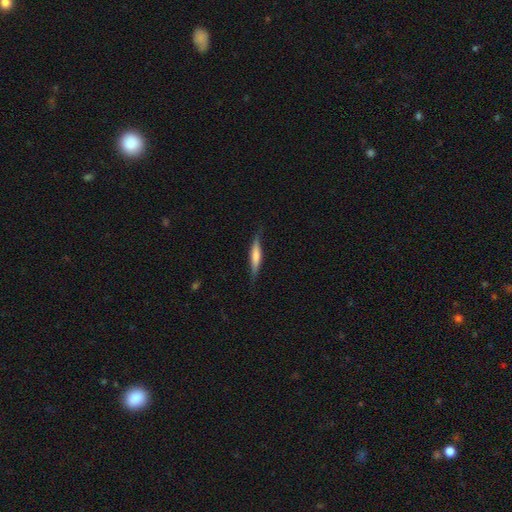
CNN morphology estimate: Smooth or featured? smooth (51%)
How rounded? cigar-shaped (88%)
Merging? none (81%)